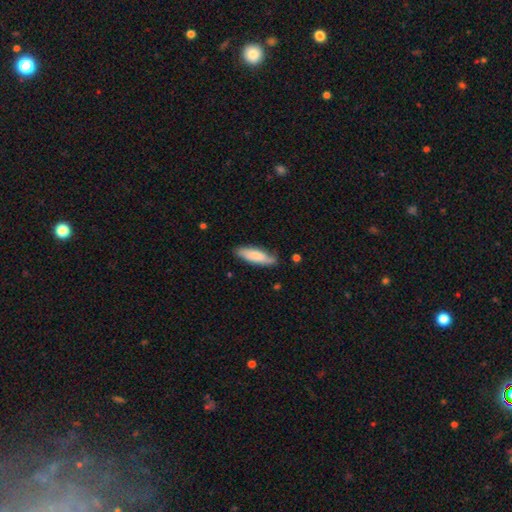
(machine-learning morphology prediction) smooth-or-featured: smooth: 76% | featured or disk: 18% | star or artifact: 6%
  how-rounded: cigar-shaped: 51% | in between: 47% | round: 2%
  merging: none: 73% | minor disturbance: 21% | major disturbance: 4% | merger: 2%